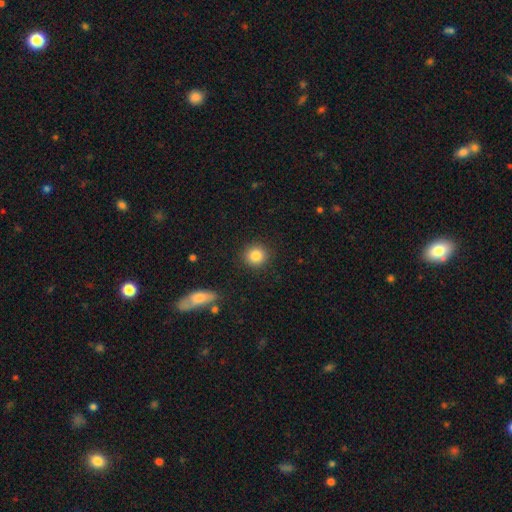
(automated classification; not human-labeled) Overall: smooth (85%). How rounded: round (89%). Merging: none (90%).